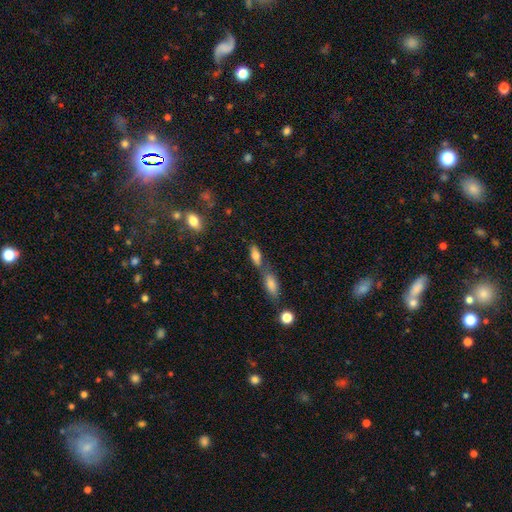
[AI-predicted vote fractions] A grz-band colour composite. It shows a smooth galaxy with no disk features (77%) that is in between round and cigar-shaped (75%). Merging: none (43%).